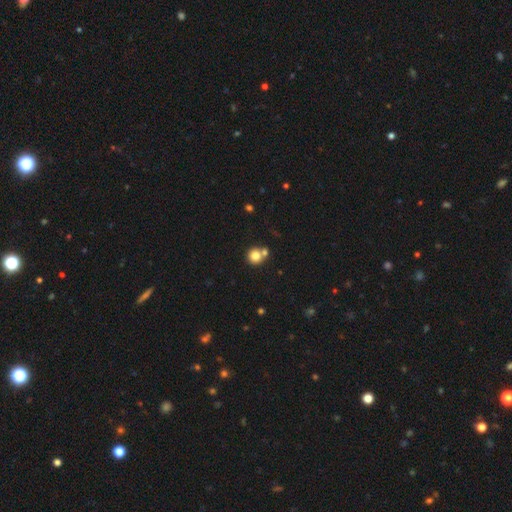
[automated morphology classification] This is clearly a smooth galaxy (80%). How rounded: clearly round (91%). Merging: possibly none (59%).